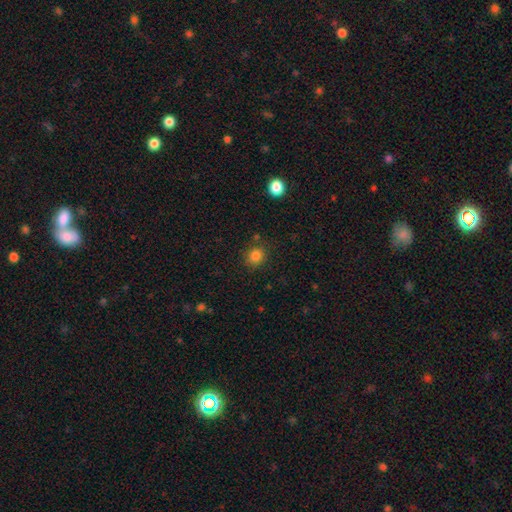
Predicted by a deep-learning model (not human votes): This is clearly a smooth galaxy (83%). How rounded: clearly round (81%). Merging: clearly none (84%).